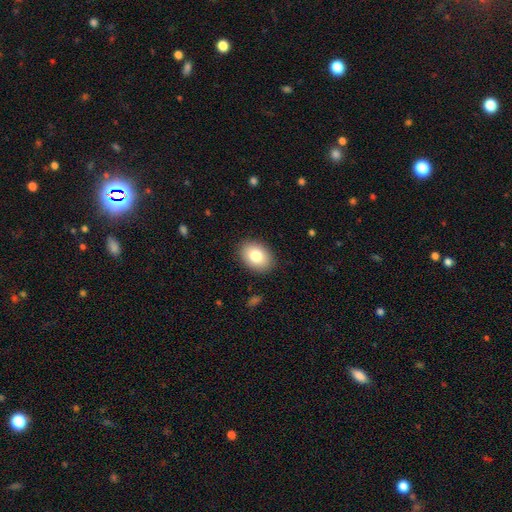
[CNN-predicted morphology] type=smooth (82%); roundness=in between (76%); merging=none (89%).